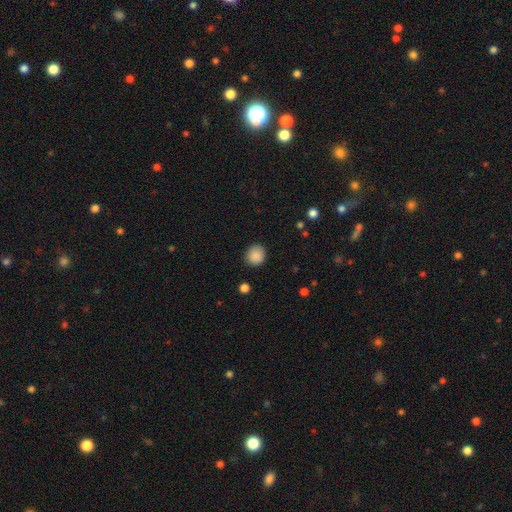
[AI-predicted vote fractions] This appears to be a smooth galaxy with no disk features (88%) that is round (84%). Merging: none (87%).